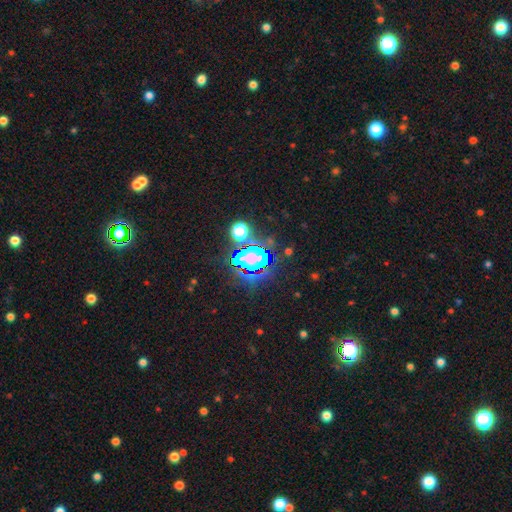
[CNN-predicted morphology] Smooth or featured? Predicted: star or artifact (p=0.78).